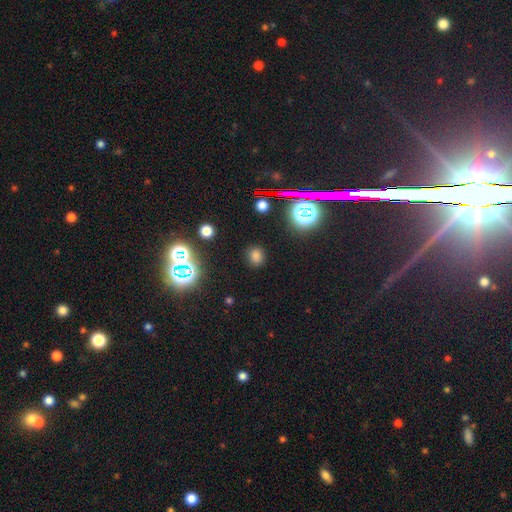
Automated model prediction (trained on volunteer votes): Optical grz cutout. It shows a smooth galaxy with no disk features (72%) that is round (65%). Merging: none (87%).